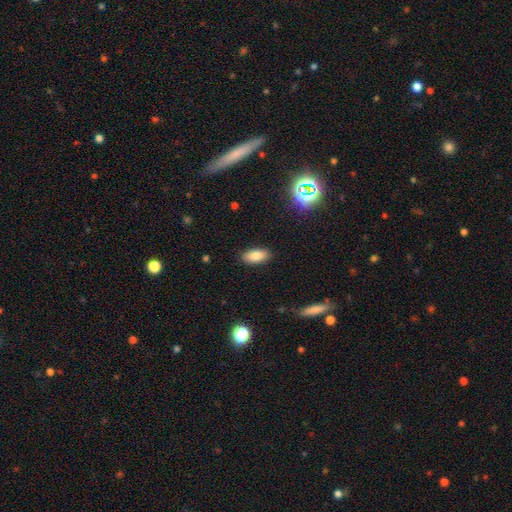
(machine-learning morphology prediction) A smooth galaxy with no disk features (83%) that is in between round and cigar-shaped (90%).

Vote fractions:
- Smooth or featured? smooth: 83% / star or artifact: 9% / featured or disk: 8%
- How rounded? in between: 90% / cigar-shaped: 7% / round: 3%
- Merging? none: 88% / minor disturbance: 9% / major disturbance: 2% / merger: 1%